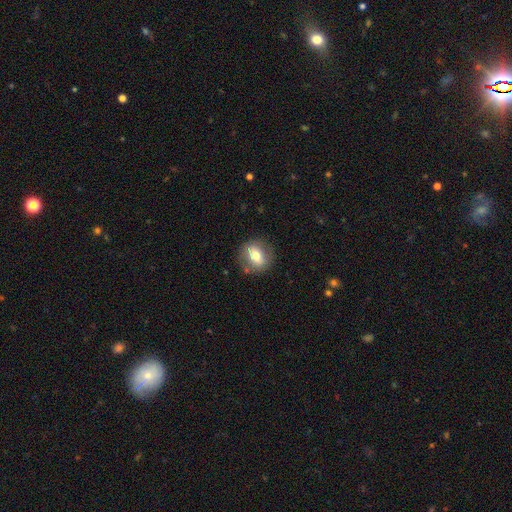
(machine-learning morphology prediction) Smooth or featured?
  - smooth: 61% *
  - featured or disk: 31%
  - star or artifact: 8%
How rounded?
  - round: 61% *
  - in between: 37%
  - cigar-shaped: 2%
Merging?
  - none: 82% *
  - minor disturbance: 12%
  - major disturbance: 4%
  - merger: 2%